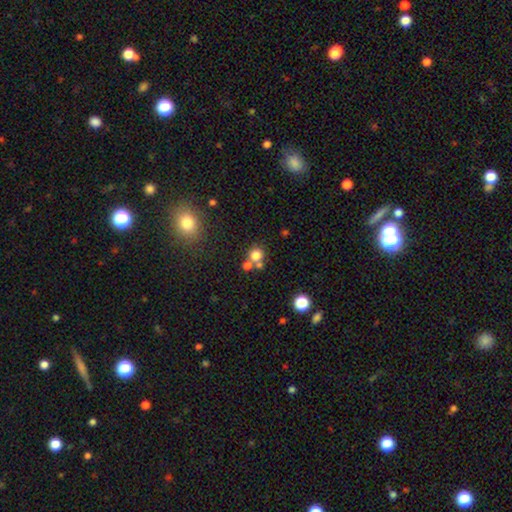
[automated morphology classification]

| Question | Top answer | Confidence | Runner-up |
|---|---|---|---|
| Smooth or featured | smooth | 77% | star or artifact (14%) |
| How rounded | round | 86% | in between (13%) |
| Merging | none | 54% | merger (34%) |